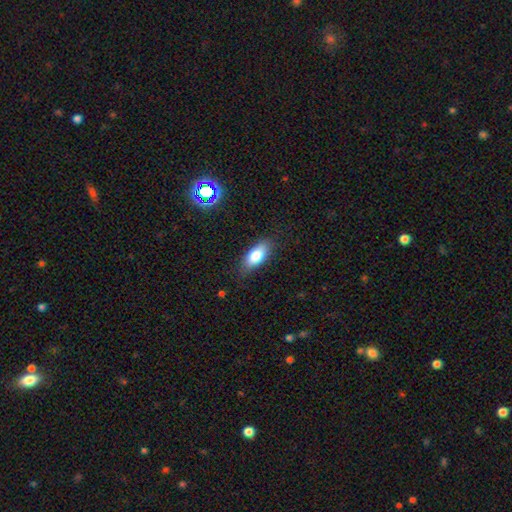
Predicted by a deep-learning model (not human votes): Smooth or featured: smooth — 81% (featured or disk — 12%)
How rounded: in between — 84% (cigar-shaped — 13%)
Merging: none — 79% (minor disturbance — 16%)